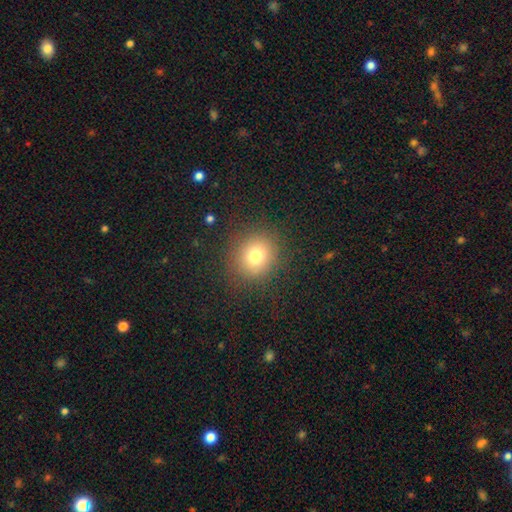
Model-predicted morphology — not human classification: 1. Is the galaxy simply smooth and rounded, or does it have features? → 76% smooth, 14% star or artifact, 10% featured or disk.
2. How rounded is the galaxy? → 83% round, 16% in between, 1% cigar-shaped.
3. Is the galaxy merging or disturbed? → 86% none, 8% minor disturbance, 5% major disturbance, 1% merger.